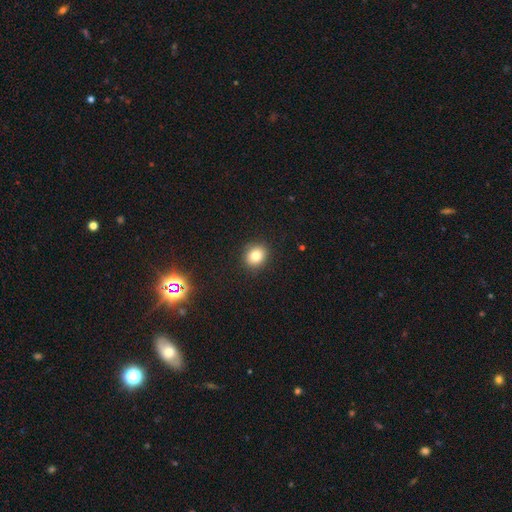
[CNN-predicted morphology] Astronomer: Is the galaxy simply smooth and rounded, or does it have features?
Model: smooth — 79%.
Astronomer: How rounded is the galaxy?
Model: round — 76%.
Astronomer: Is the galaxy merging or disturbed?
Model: none — 90%.